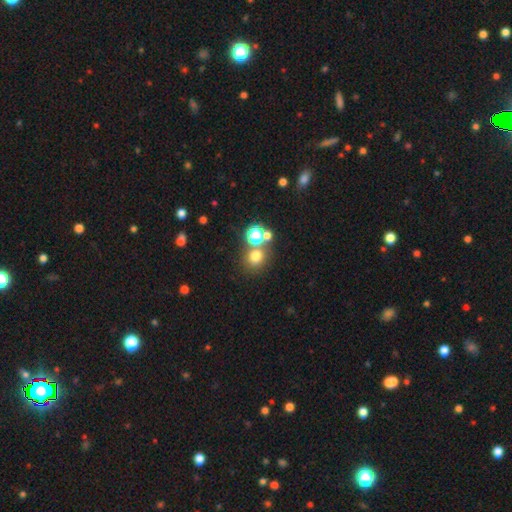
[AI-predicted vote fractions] smooth-or-featured: smooth: 70% | star or artifact: 22% | featured or disk: 8%
  how-rounded: round: 88% | in between: 12% | cigar-shaped: 1%
  merging: none: 67% | merger: 21% | minor disturbance: 8% | major disturbance: 4%